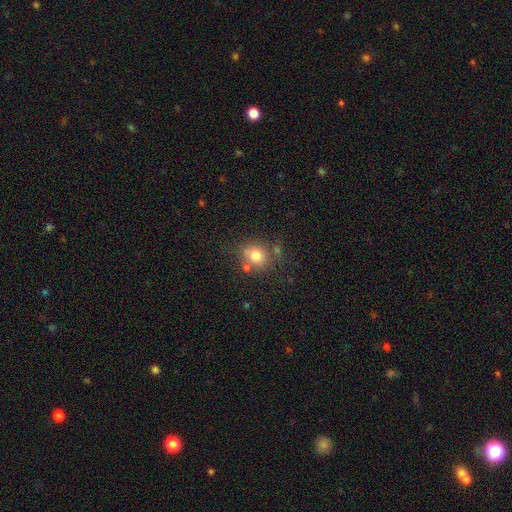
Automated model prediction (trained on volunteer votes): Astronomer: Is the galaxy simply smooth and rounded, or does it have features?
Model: smooth — 77%.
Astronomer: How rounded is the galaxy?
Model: round — 67%.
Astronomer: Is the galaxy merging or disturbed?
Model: none — 65%.